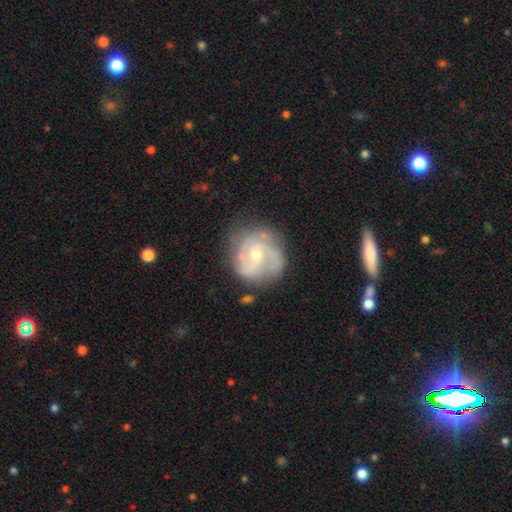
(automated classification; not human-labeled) featured or disk 80%, smooth 14%, star or artifact 6%. Down the decision tree: edge-on disk — no (98%); bar — no (55%); spiral arms — yes (93%); spiral arm count — 2 (57%); spiral winding — medium (44%); bulge size — moderate (50%); merging — none (70%).